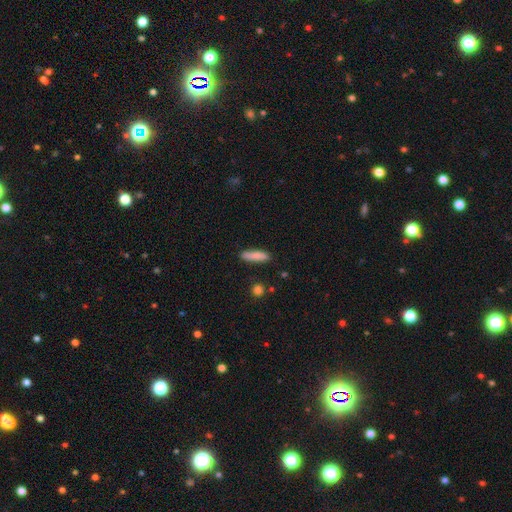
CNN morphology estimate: Smooth or featured: smooth — 85% (featured or disk — 9%)
How rounded: cigar-shaped — 75% (in between — 23%)
Merging: none — 86% (minor disturbance — 10%)